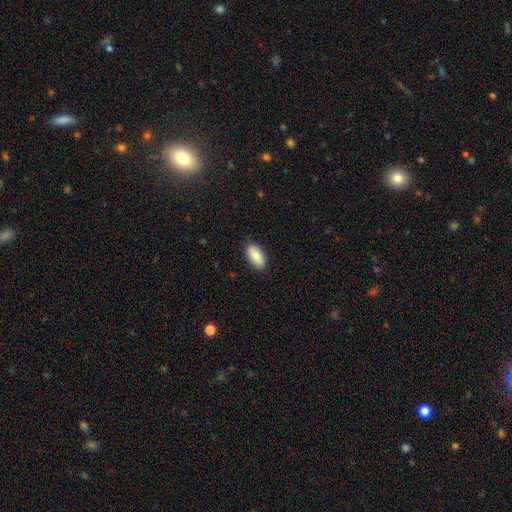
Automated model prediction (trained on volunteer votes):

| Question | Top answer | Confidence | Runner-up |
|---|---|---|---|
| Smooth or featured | smooth | 81% | featured or disk (12%) |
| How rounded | in between | 93% | cigar-shaped (4%) |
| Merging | none | 88% | minor disturbance (10%) |